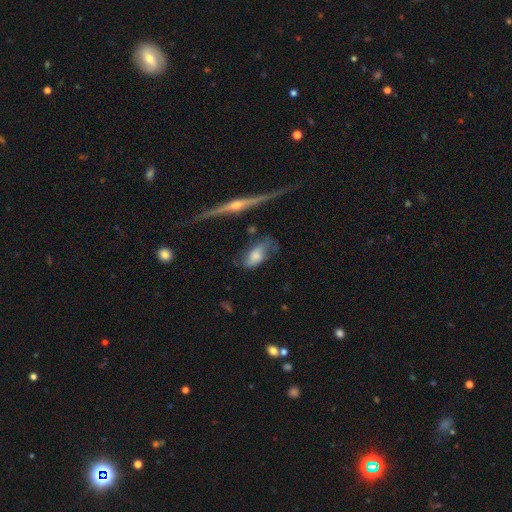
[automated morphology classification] Smooth or featured?
  - smooth: 60% *
  - featured or disk: 32%
  - star or artifact: 8%
How rounded?
  - in between: 86% *
  - cigar-shaped: 9%
  - round: 5%
Merging?
  - none: 43% *
  - minor disturbance: 33%
  - major disturbance: 17%
  - merger: 7%